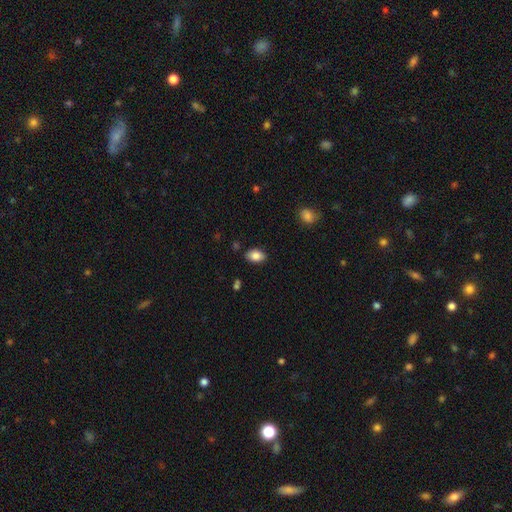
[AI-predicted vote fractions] Q: Smooth or featured?
A: smooth (85%); runner-up: star or artifact (8%)
Q: How rounded?
A: in between (86%); runner-up: round (12%)
Q: Merging?
A: none (86%); runner-up: minor disturbance (10%)